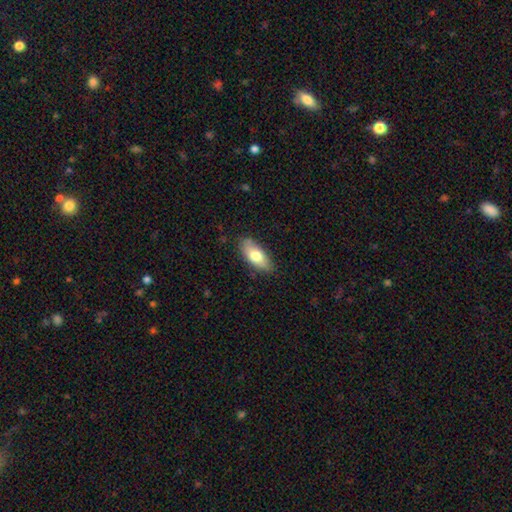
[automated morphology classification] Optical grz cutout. It shows a smooth galaxy with no disk features (73%) that is in between round and cigar-shaped (84%). Merging: none (83%).